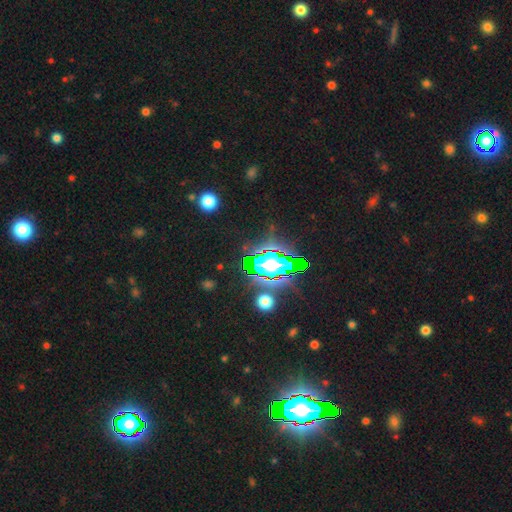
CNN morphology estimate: Overall: star or artifact (82%).